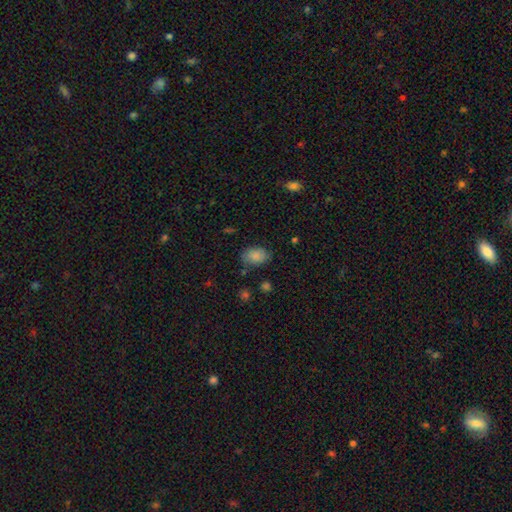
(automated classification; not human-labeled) Morphology: type=smooth (86%); roundness=in between (83%); merging=none (74%).